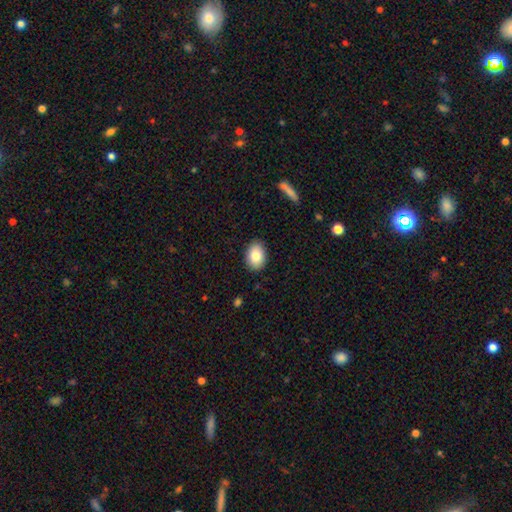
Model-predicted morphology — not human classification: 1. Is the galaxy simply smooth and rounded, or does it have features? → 83% smooth, 9% featured or disk, 8% star or artifact.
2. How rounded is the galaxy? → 80% in between, 19% round, 1% cigar-shaped.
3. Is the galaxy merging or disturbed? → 89% none, 8% minor disturbance, 2% major disturbance, 1% merger.